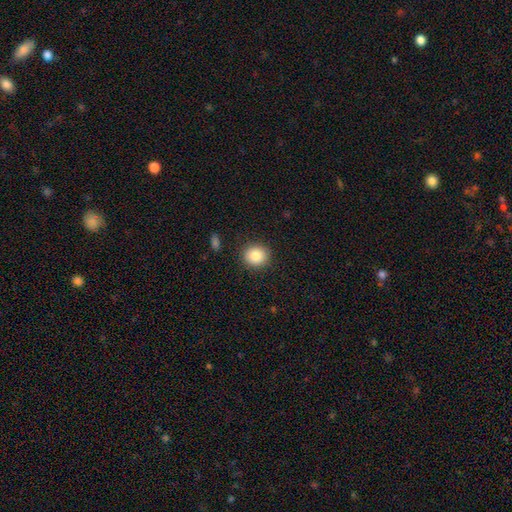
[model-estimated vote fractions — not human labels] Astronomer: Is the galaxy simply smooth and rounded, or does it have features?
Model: smooth — 84%.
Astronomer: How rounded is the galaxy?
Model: round — 85%.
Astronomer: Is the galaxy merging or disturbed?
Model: none — 90%.